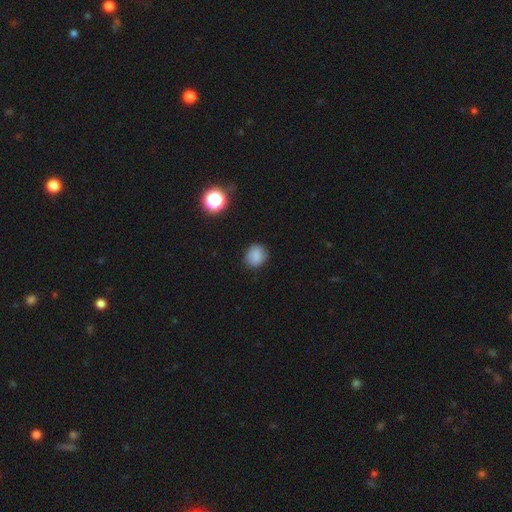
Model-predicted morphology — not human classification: The model was most divided on "how rounded": round: 65%, in between: 34%, cigar-shaped: 1%. More confident: merging — none (84%); smooth or featured — smooth (83%).